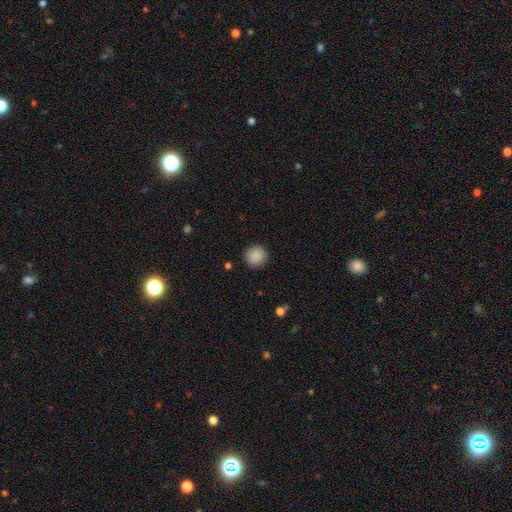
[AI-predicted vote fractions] Smooth or featured? smooth (89%)
How rounded? round (94%)
Merging? none (92%)